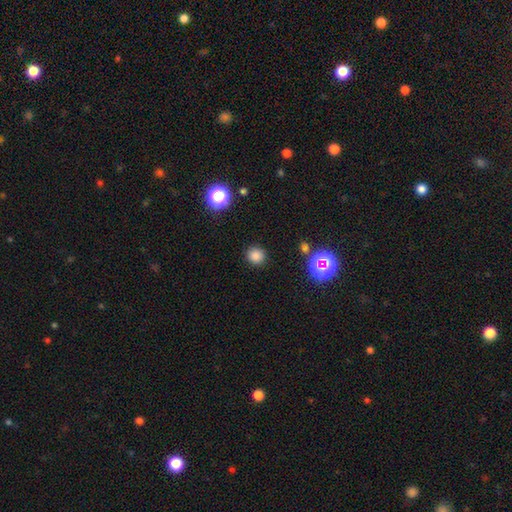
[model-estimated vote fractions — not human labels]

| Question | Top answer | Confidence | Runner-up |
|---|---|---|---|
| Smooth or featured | smooth | 80% | star or artifact (16%) |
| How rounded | round | 89% | in between (10%) |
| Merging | none | 89% | minor disturbance (7%) |